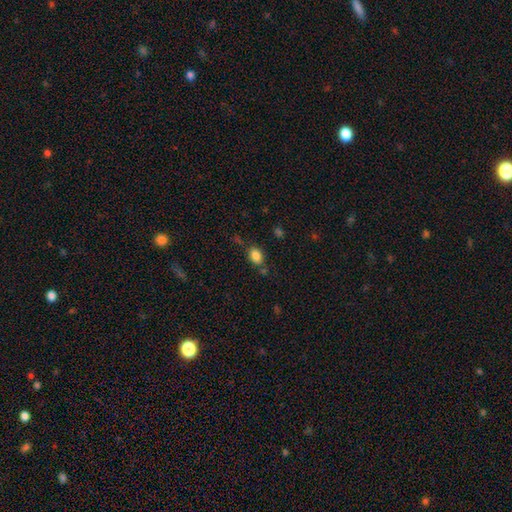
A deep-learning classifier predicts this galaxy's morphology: This is clearly a smooth galaxy (85%). How rounded: likely in between (76%). Merging: likely none (74%).